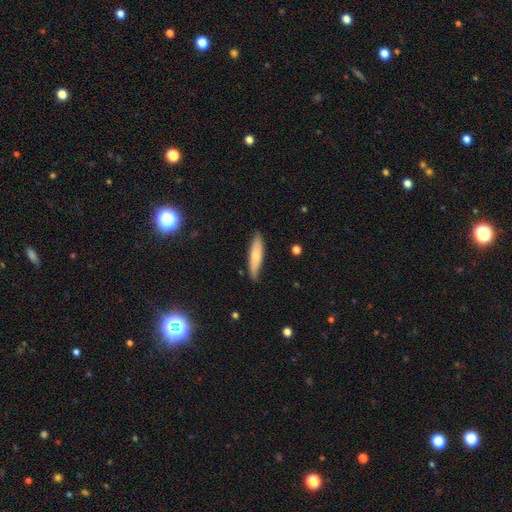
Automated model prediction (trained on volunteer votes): smooth-or-featured: smooth: 69% | featured or disk: 25% | star or artifact: 6%
  how-rounded: cigar-shaped: 72% | in between: 27% | round: 2%
  merging: none: 81% | minor disturbance: 16% | major disturbance: 2% | merger: 1%